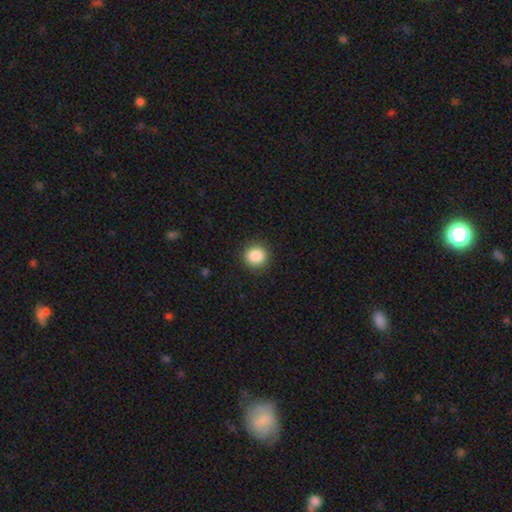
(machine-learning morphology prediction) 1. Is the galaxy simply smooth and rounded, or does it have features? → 87% smooth, 9% star or artifact, 4% featured or disk.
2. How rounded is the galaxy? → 92% round, 7% in between, 1% cigar-shaped.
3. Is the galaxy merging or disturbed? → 89% none, 8% minor disturbance, 2% major disturbance, 1% merger.